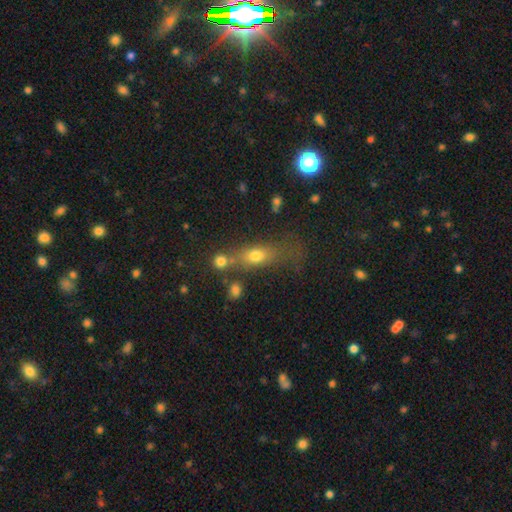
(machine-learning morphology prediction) This appears to be a smooth galaxy with no disk features (62%) that is in between round and cigar-shaped (51%). Merging: none (45%).